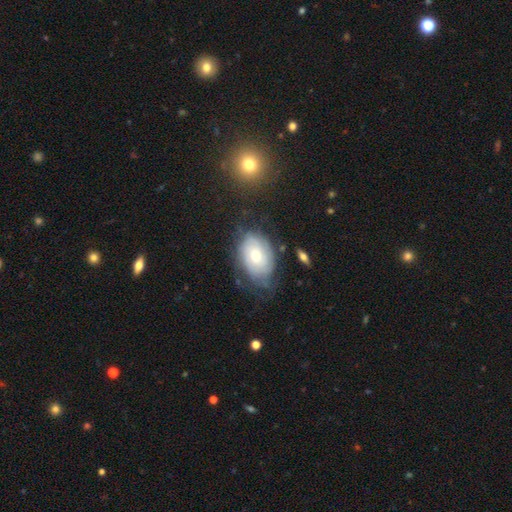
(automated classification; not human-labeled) smooth-or-featured: featured or disk: 48% | smooth: 44% | star or artifact: 8%
  merging: none: 55% | minor disturbance: 29% | major disturbance: 13% | merger: 3%